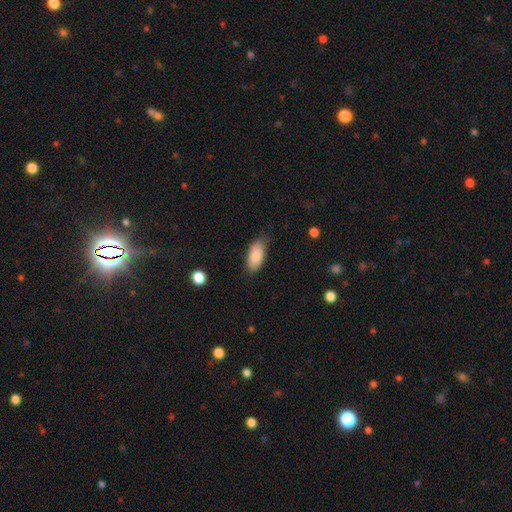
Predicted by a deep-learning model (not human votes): smooth_or_featured: smooth (p=0.86) [alt: featured or disk p=0.07]
how_rounded: in between (p=0.91) [alt: cigar-shaped p=0.07]
merging: none (p=0.74) [alt: minor disturbance p=0.20]